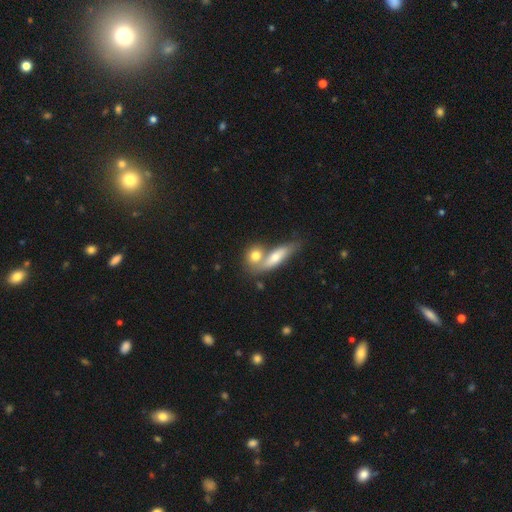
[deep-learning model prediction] Q: Smooth or featured?
A: smooth (72%); runner-up: featured or disk (21%)
Q: How rounded?
A: round (44%); runner-up: in between (42%)
Q: Merging?
A: merger (50%); runner-up: none (37%)